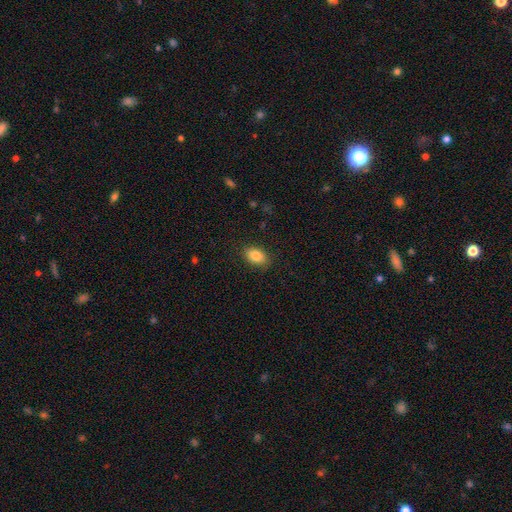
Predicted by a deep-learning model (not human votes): Smooth or featured: smooth — 85% (star or artifact — 8%)
How rounded: in between — 87% (round — 11%)
Merging: none — 87% (minor disturbance — 9%)